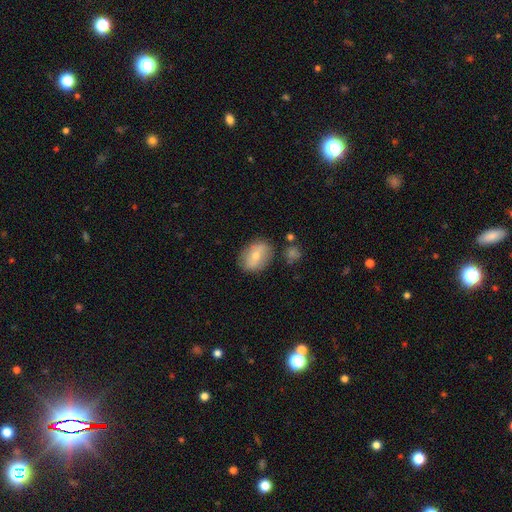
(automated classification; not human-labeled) smooth 64%, featured or disk 28%, star or artifact 8%. Down the decision tree: how rounded — in between (72%); merging — none (78%).